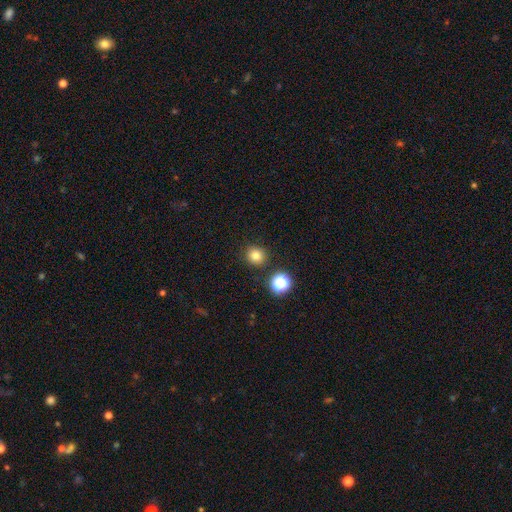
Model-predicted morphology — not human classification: Smooth or featured? Predicted: smooth (p=0.79). How rounded? Predicted: round (p=0.90). Merging? Predicted: none (p=0.88).